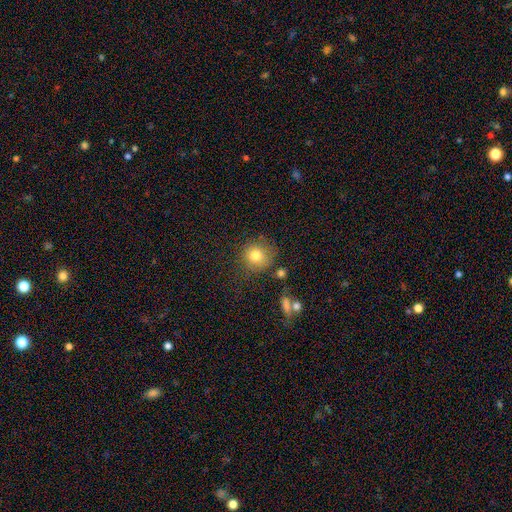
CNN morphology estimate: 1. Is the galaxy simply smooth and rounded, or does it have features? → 79% smooth, 11% star or artifact, 9% featured or disk.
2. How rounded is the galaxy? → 89% round, 10% in between, 1% cigar-shaped.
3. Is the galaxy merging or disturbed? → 73% none, 16% minor disturbance, 6% major disturbance, 5% merger.